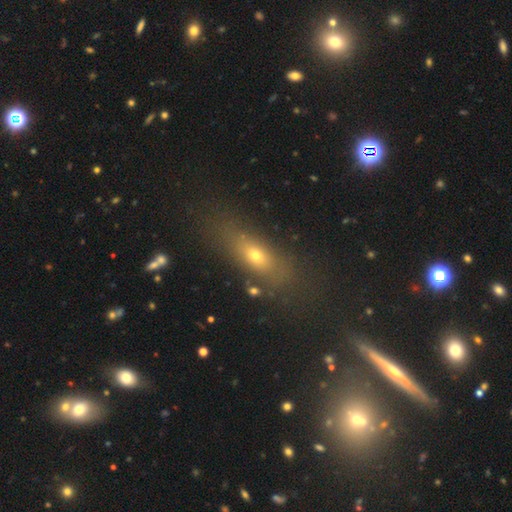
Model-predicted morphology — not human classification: Smooth or featured? Predicted: smooth (p=0.57). How rounded? Predicted: in between (p=0.54). Merging? Predicted: none (p=0.74).